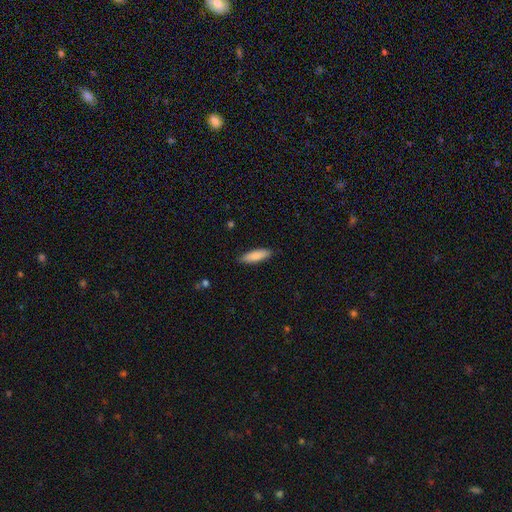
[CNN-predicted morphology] type=smooth (85%); roundness=cigar-shaped (51%); merging=none (87%).